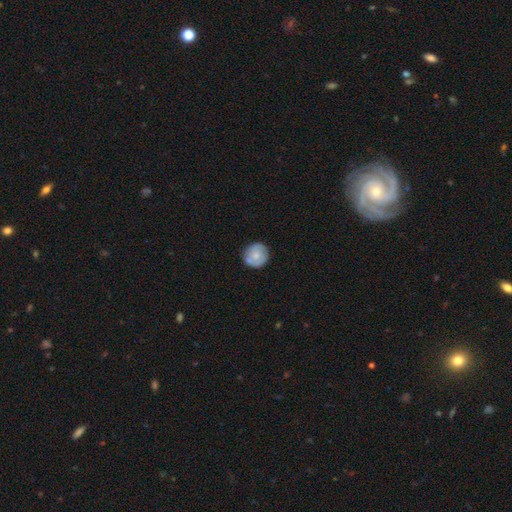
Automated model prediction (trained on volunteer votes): The model was most divided on "smooth or featured": smooth: 63%, featured or disk: 31%, star or artifact: 6%. More confident: how rounded — round (92%); merging — none (76%).